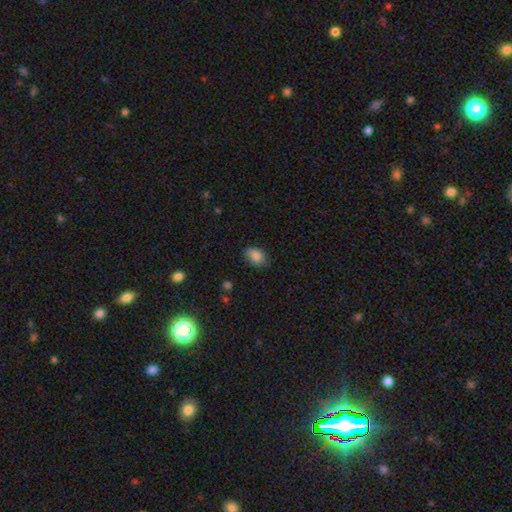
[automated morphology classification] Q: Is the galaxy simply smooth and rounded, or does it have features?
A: smooth — 86%.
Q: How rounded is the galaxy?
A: in between — 77%.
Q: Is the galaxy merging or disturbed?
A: none — 76%.